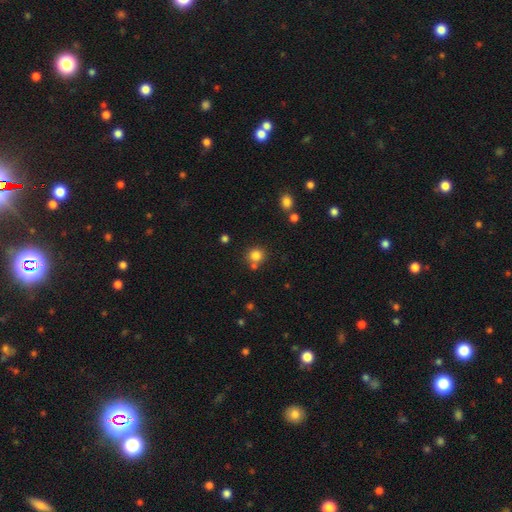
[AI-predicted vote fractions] smooth_or_featured: smooth (p=0.82) [alt: star or artifact p=0.13]
how_rounded: round (p=0.90) [alt: in between p=0.09]
merging: none (p=0.71) [alt: merger p=0.16]